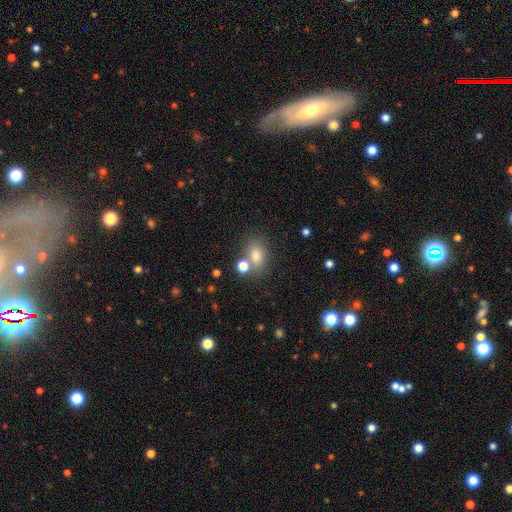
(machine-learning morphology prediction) Smooth or featured? Predicted: smooth (p=0.78). How rounded? Predicted: in between (p=0.76). Merging? Predicted: none (p=0.62).